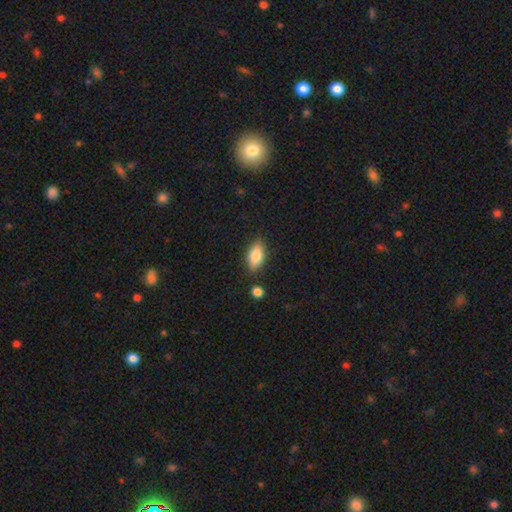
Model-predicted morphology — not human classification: The model was most divided on "merging": none: 81%, minor disturbance: 12%, merger: 4%, major disturbance: 3%. More confident: how rounded — in between (88%); smooth or featured — smooth (82%).